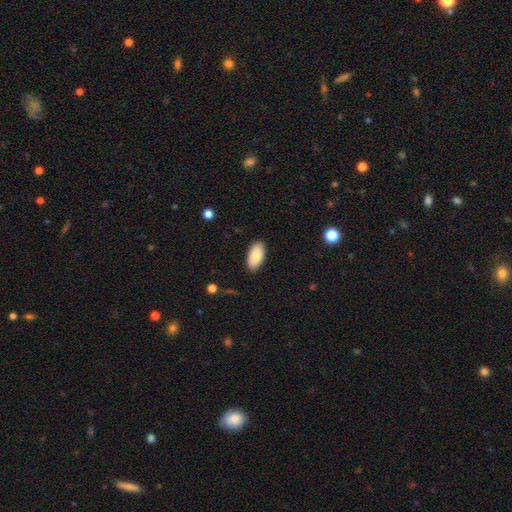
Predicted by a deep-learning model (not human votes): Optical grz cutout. It shows a smooth galaxy with no disk features (87%) that is in between round and cigar-shaped (94%). Merging: none (88%).